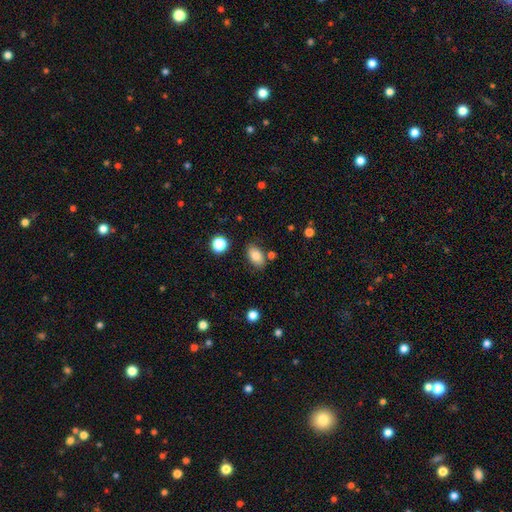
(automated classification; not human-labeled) A smooth galaxy with no disk features (81%) that is in between round and cigar-shaped (89%). Merging: none (78%).